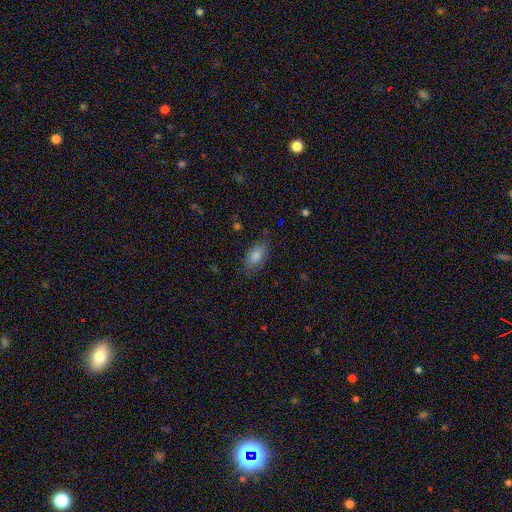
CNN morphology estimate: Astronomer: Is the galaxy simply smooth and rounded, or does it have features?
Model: smooth — 80%.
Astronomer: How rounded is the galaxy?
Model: in between — 90%.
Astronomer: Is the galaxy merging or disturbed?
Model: none — 80%.